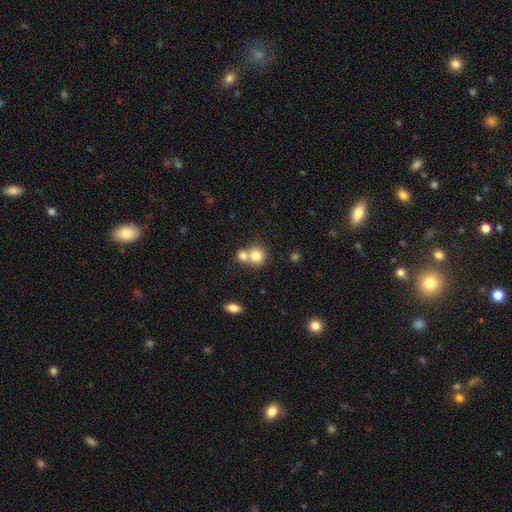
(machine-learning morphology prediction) Smooth or featured?
  - smooth: 78% *
  - featured or disk: 12%
  - star or artifact: 10%
How rounded?
  - round: 83% *
  - in between: 16%
  - cigar-shaped: 1%
Merging?
  - merger: 56% *
  - none: 36%
  - minor disturbance: 6%
  - major disturbance: 2%